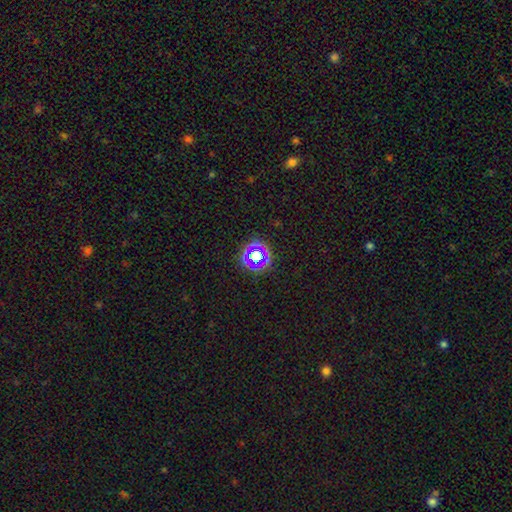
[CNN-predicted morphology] Smooth or featured: star or artifact — 59% (smooth — 28%)